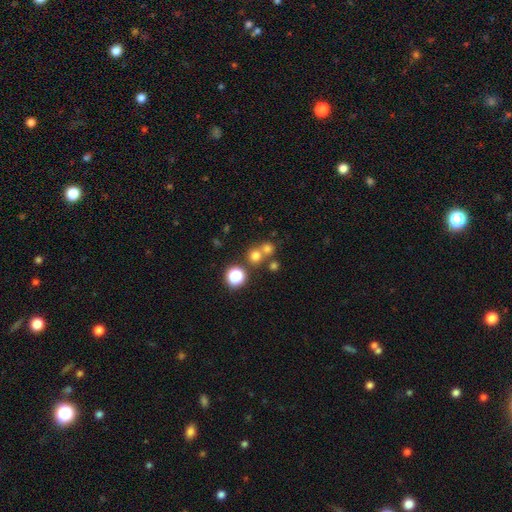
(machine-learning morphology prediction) smooth_or_featured: smooth (p=0.68) [alt: star or artifact p=0.22]
how_rounded: round (p=0.90) [alt: in between p=0.09]
merging: none (p=0.58) [alt: merger p=0.33]